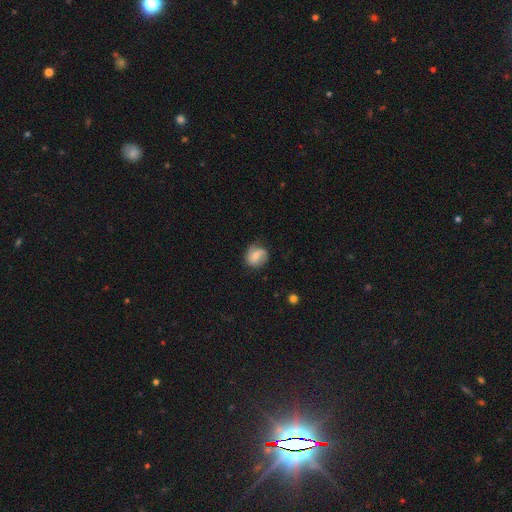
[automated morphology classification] Smooth or featured: featured or disk — 51% (smooth — 42%)
Edge-on disk: no — 97% (yes — 3%)
Merging: none — 68% (minor disturbance — 23%)